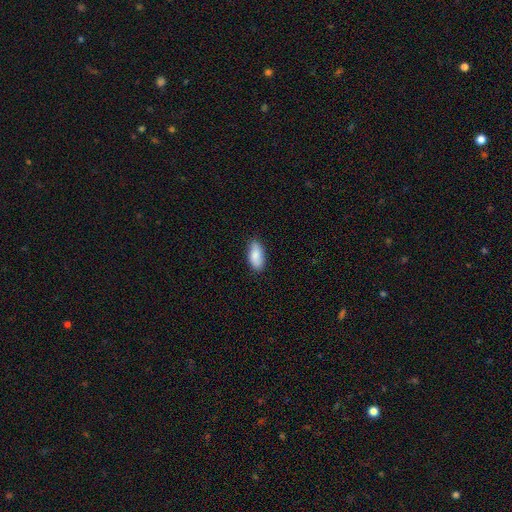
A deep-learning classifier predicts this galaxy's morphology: Smooth or featured? Predicted: smooth (p=0.85). How rounded? Predicted: in between (p=0.89). Merging? Predicted: none (p=0.82).